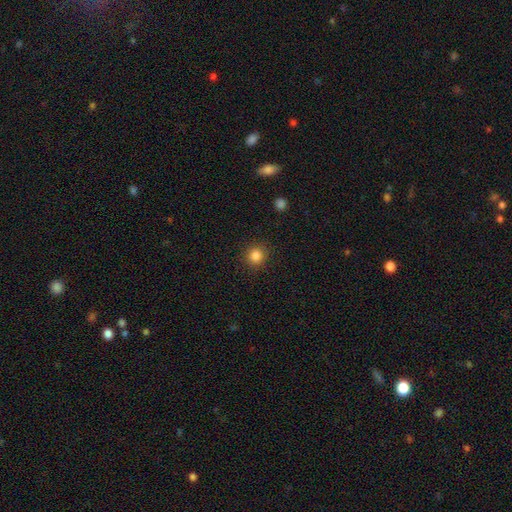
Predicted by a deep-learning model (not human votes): Q: Smooth or featured?
A: smooth (84%); runner-up: star or artifact (12%)
Q: How rounded?
A: round (91%); runner-up: in between (8%)
Q: Merging?
A: none (90%); runner-up: minor disturbance (6%)